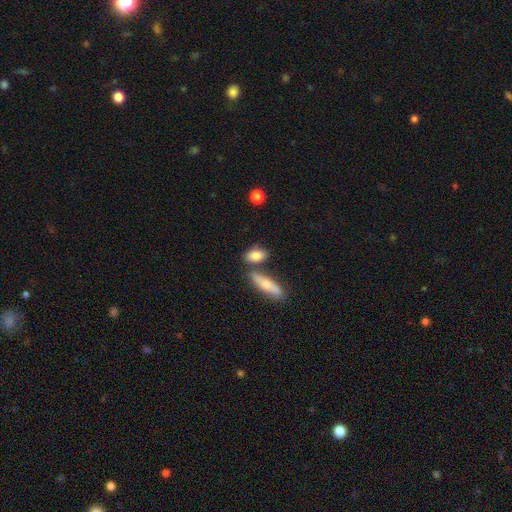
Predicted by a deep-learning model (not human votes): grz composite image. It shows a smooth galaxy with no disk features (81%) that is in between round and cigar-shaped (79%). Merging: none (63%).